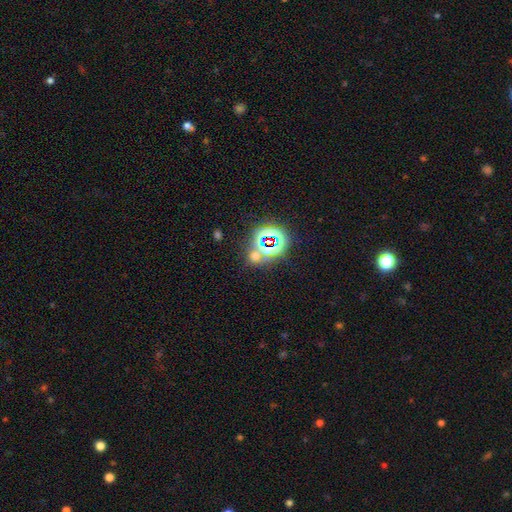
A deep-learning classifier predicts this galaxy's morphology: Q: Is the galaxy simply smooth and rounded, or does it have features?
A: star or artifact — 53%.